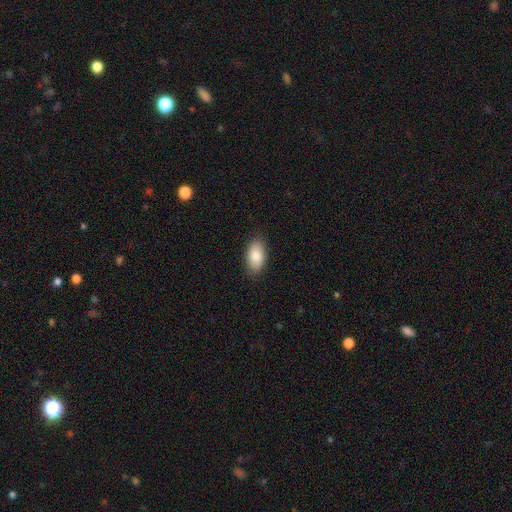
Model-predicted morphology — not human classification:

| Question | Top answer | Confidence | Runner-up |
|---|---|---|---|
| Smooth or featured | smooth | 82% | featured or disk (11%) |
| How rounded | in between | 93% | round (4%) |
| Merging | none | 86% | minor disturbance (11%) |